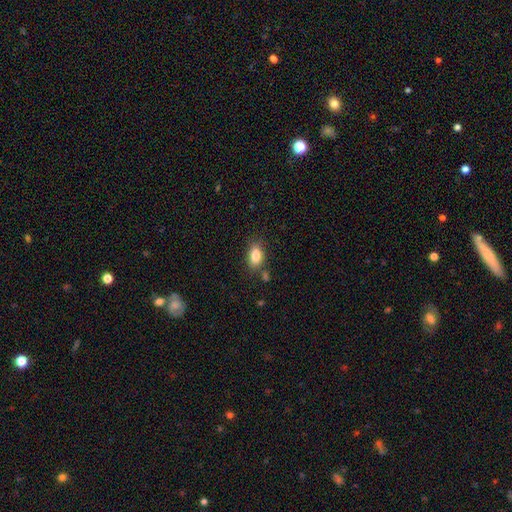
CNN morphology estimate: Smooth or featured? Predicted: smooth (p=0.83). How rounded? Predicted: in between (p=0.87). Merging? Predicted: none (p=0.77).